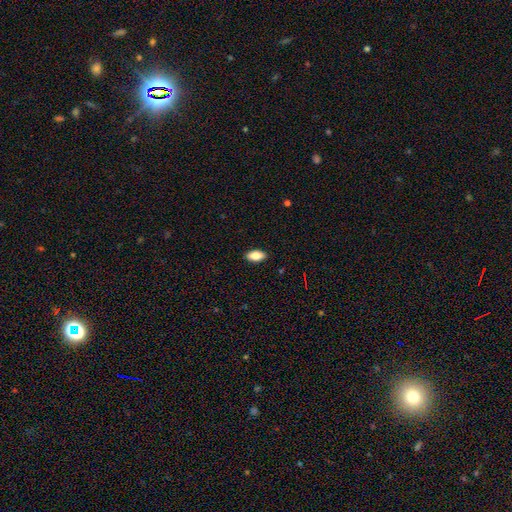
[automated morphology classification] A smooth galaxy with no disk features (82%) that is in between round and cigar-shaped (91%). Merging: none (89%).